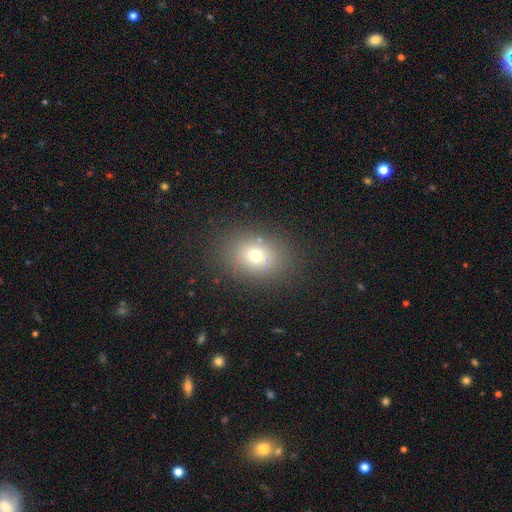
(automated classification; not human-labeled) Smooth or featured? Predicted: smooth (p=0.71). How rounded? Predicted: in between (p=0.62). Merging? Predicted: none (p=0.84).